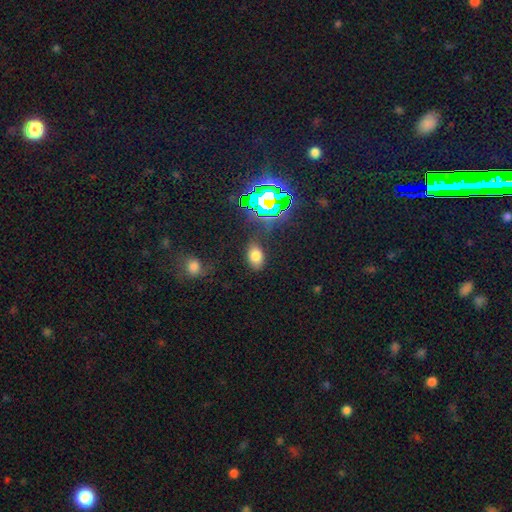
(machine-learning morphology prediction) Smooth or featured: smooth — 70% (star or artifact — 22%)
How rounded: in between — 84% (round — 14%)
Merging: none — 80% (minor disturbance — 13%)